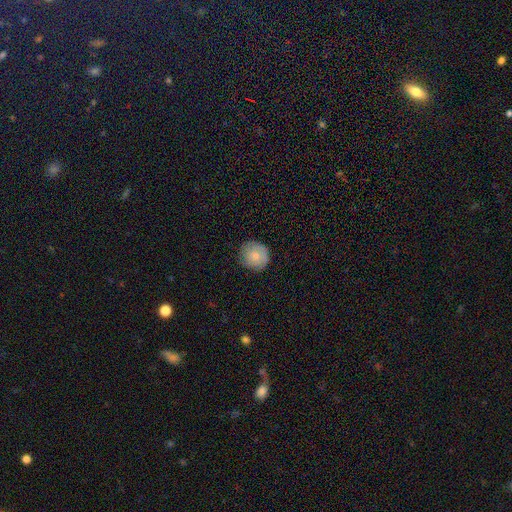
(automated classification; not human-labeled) Smooth or featured? Predicted: smooth (p=0.69). How rounded? Predicted: round (p=0.91). Merging? Predicted: none (p=0.81).